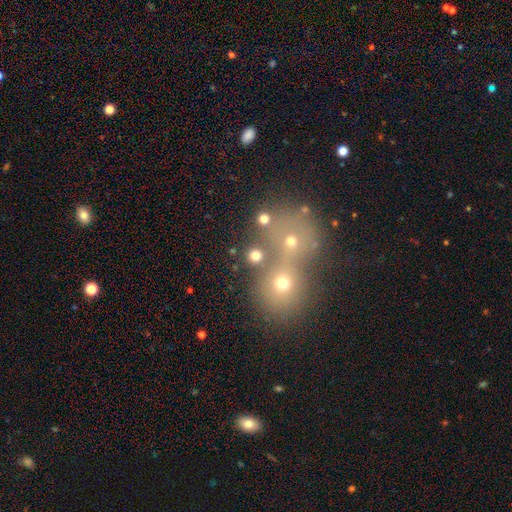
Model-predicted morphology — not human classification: type=smooth (71%); roundness=round (83%); merging=none (53%).